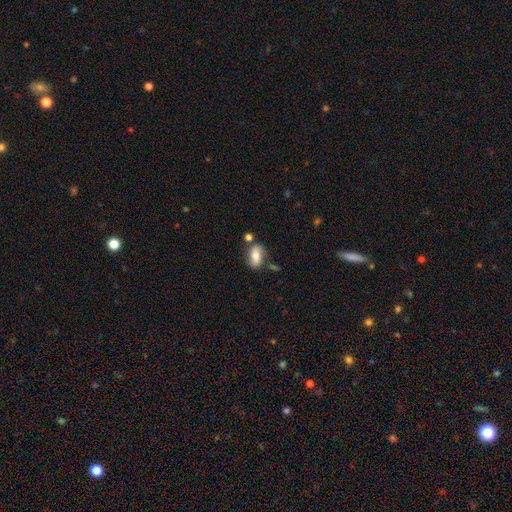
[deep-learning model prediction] Smooth or featured? smooth (67%)
How rounded? in between (88%)
Merging? none (66%)